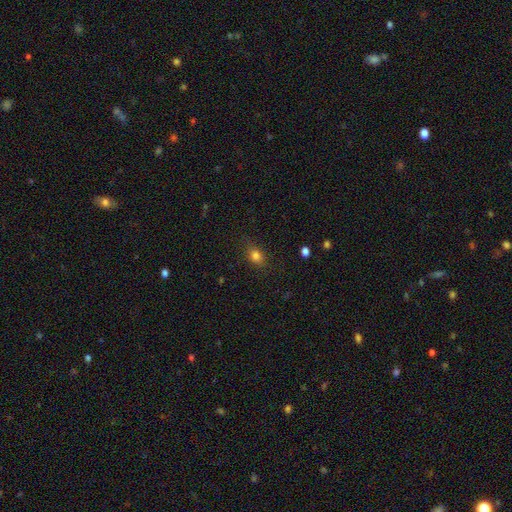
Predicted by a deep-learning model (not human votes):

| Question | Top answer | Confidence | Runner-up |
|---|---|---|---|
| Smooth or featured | smooth | 80% | star or artifact (12%) |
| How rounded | in between | 64% | round (33%) |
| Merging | none | 82% | minor disturbance (13%) |